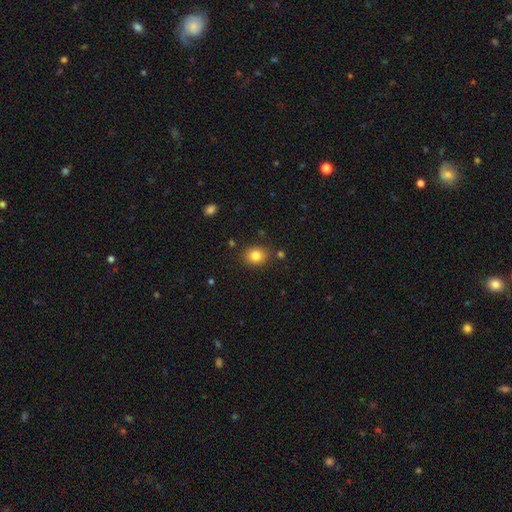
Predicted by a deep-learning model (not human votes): Overall: smooth (82%). How rounded: round (63%; in between 36%). Merging: none (83%).